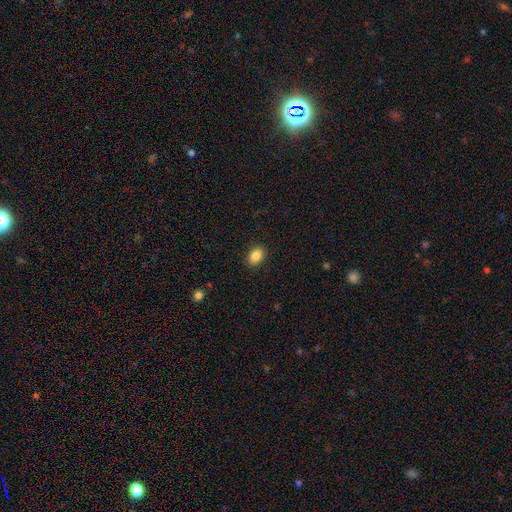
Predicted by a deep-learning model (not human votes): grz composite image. It shows a smooth galaxy with no disk features (87%) that is in between round and cigar-shaped (77%). Merging: none (89%).